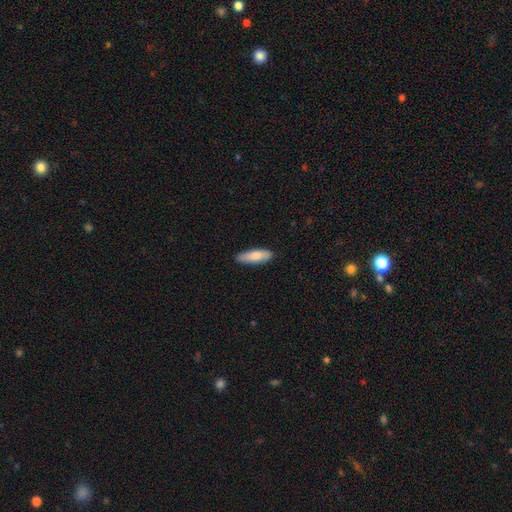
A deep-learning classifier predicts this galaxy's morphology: type=smooth (80%); roundness=in between (50%); merging=none (87%).